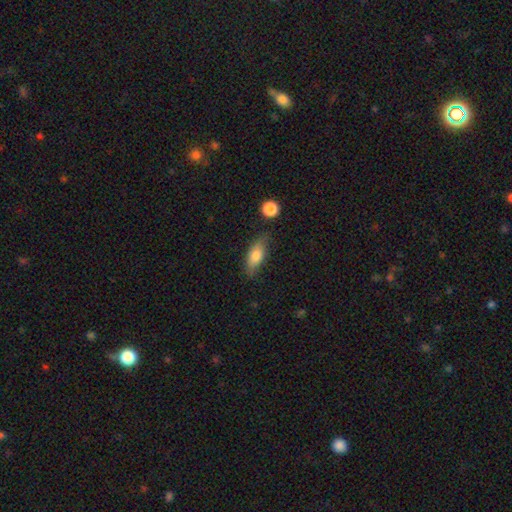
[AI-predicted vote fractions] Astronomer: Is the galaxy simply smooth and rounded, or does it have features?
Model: smooth — 74%.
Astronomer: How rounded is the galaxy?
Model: in between — 76%.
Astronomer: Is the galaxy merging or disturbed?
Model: none — 68%.